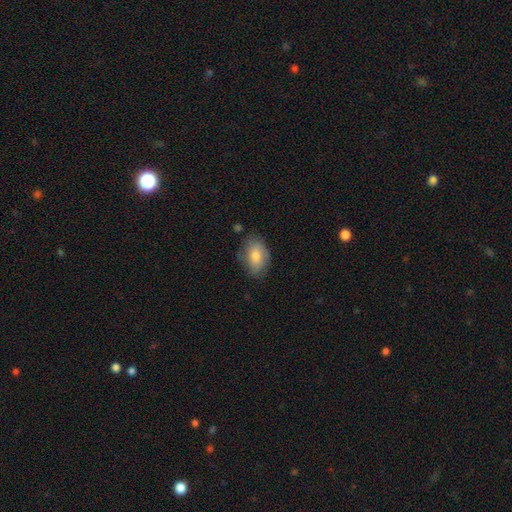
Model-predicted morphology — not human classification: smooth 66%, featured or disk 26%, star or artifact 8%. Down the decision tree: how rounded — in between (85%); merging — none (70%).